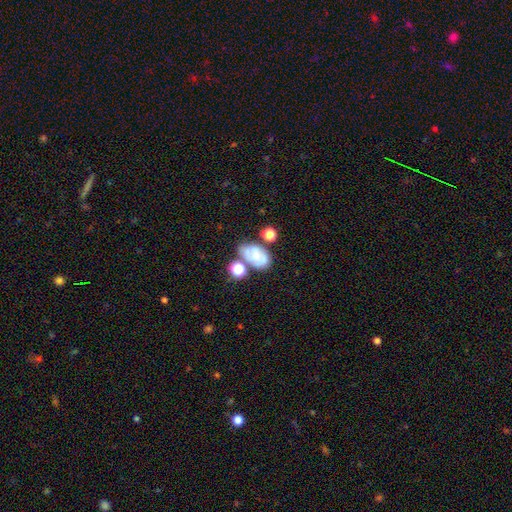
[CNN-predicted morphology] smooth_or_featured: smooth (p=0.58) [alt: featured or disk p=0.30]
how_rounded: in between (p=0.84) [alt: round p=0.14]
merging: none (p=0.47) [alt: merger p=0.22]